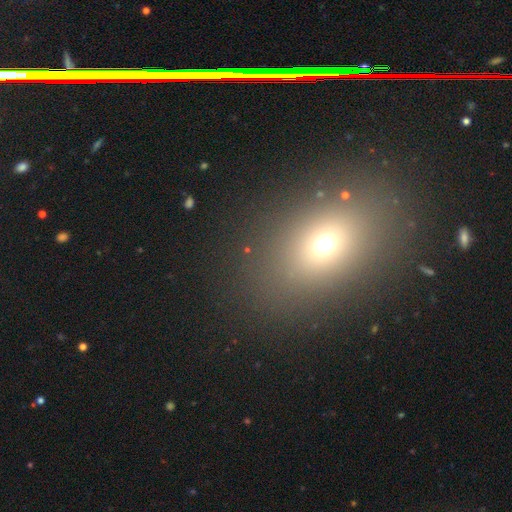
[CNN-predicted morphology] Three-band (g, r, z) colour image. It shows a smooth galaxy with no disk features (55%) that is in between round and cigar-shaped (62%). Merging: none (87%).